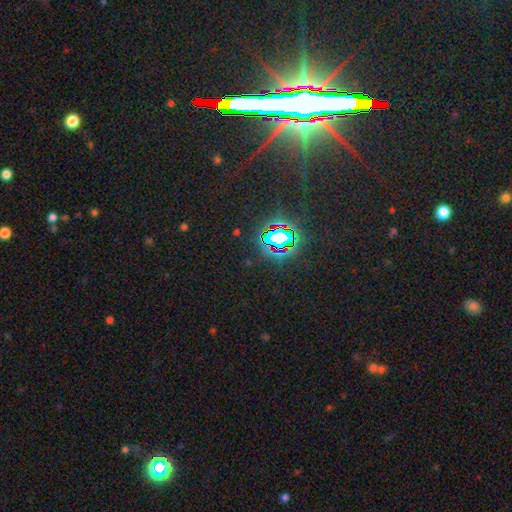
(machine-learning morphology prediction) The model was most divided on "smooth or featured": star or artifact: 82%, featured or disk: 10%, smooth: 9%.